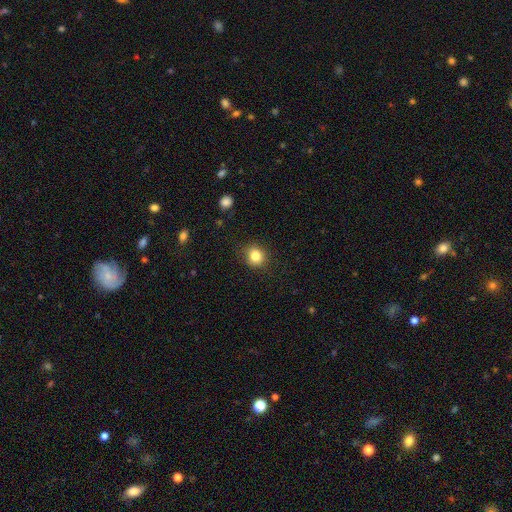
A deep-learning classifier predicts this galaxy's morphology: type=smooth (83%); roundness=round (81%); merging=none (86%).